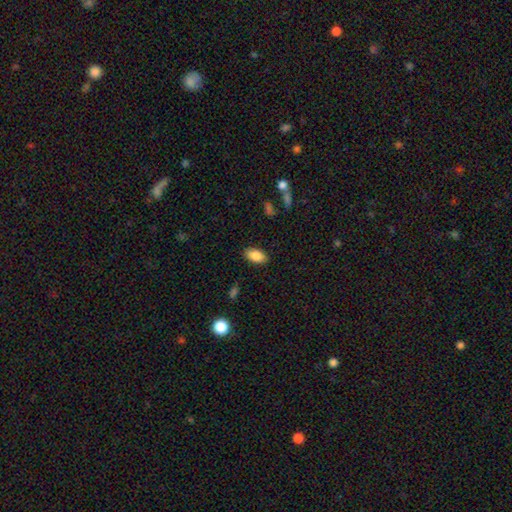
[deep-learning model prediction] A smooth galaxy with no disk features (87%) that is in between round and cigar-shaped (93%).

Vote fractions:
- Smooth or featured? smooth: 87% / star or artifact: 7% / featured or disk: 6%
- How rounded? in between: 93% / round: 4% / cigar-shaped: 3%
- Merging? none: 87% / minor disturbance: 10% / major disturbance: 2% / merger: 1%